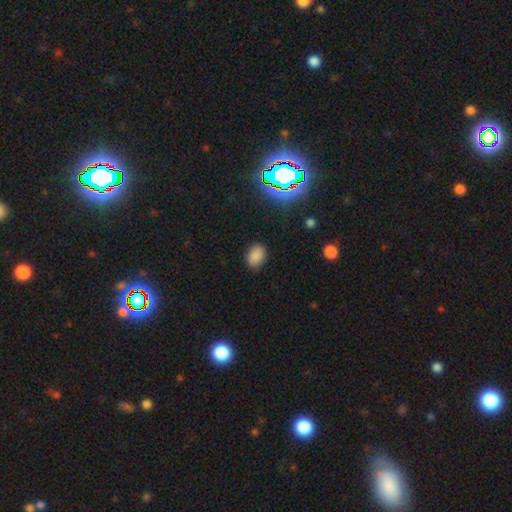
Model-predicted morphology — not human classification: Smooth or featured?
  - smooth: 82% *
  - star or artifact: 13%
  - featured or disk: 5%
How rounded?
  - in between: 76% *
  - round: 23%
  - cigar-shaped: 1%
Merging?
  - none: 83% *
  - minor disturbance: 13%
  - major disturbance: 3%
  - merger: 1%